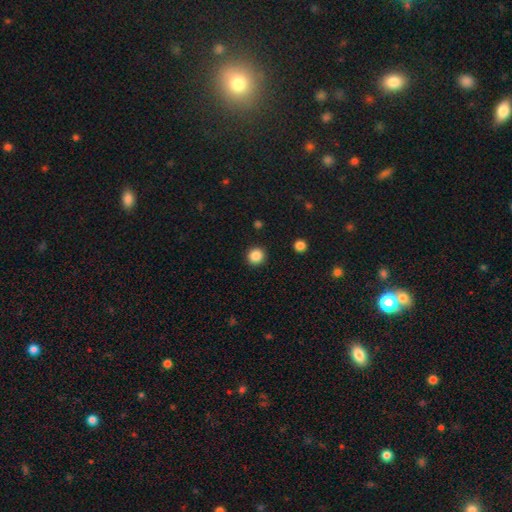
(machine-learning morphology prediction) smooth 86%, star or artifact 11%, featured or disk 3%. Down the decision tree: how rounded — round (92%); merging — none (92%).